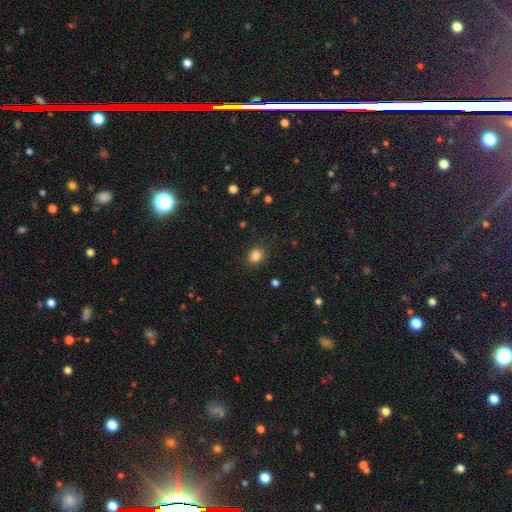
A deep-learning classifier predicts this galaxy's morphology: Smooth or featured: smooth — 84% (star or artifact — 11%)
How rounded: round — 56% (in between — 43%)
Merging: none — 86% (minor disturbance — 9%)